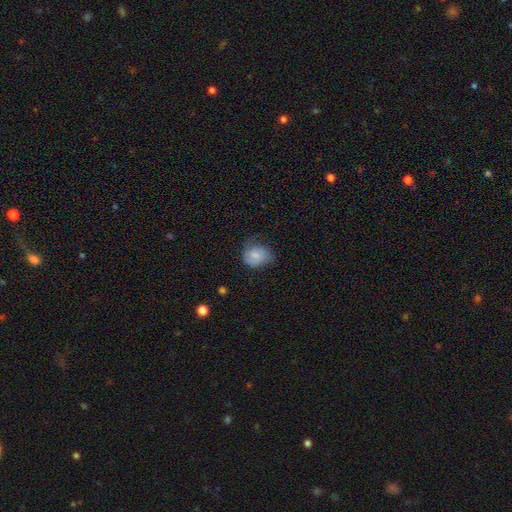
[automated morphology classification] smooth-or-featured: smooth: 79% | featured or disk: 14% | star or artifact: 8%
  how-rounded: round: 60% | in between: 39% | cigar-shaped: 1%
  merging: none: 47% | minor disturbance: 38% | major disturbance: 13% | merger: 1%